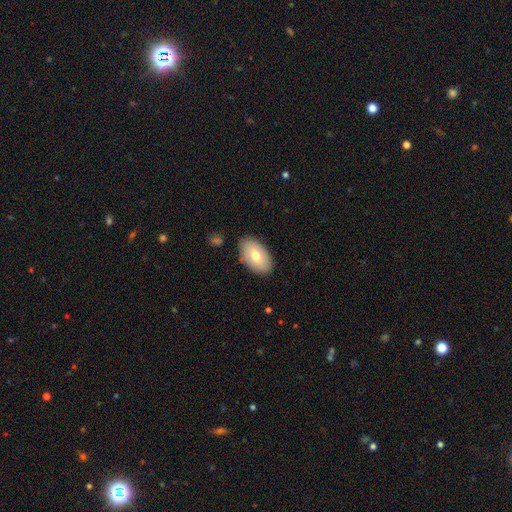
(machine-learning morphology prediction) This is likely a smooth galaxy (70%). How rounded: clearly in between (94%). Merging: clearly none (84%).